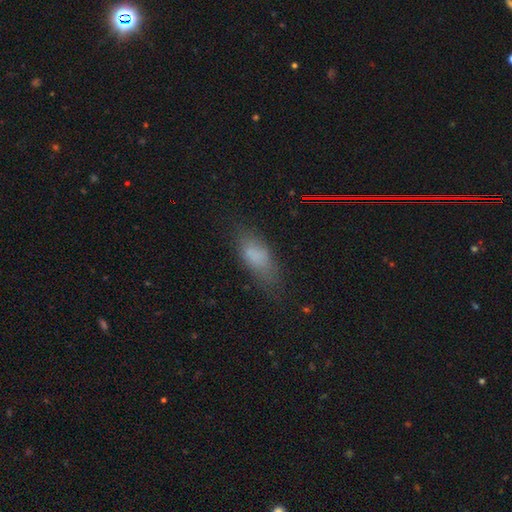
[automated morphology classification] Smooth or featured? smooth (75%)
How rounded? in between (74%)
Merging? none (69%)